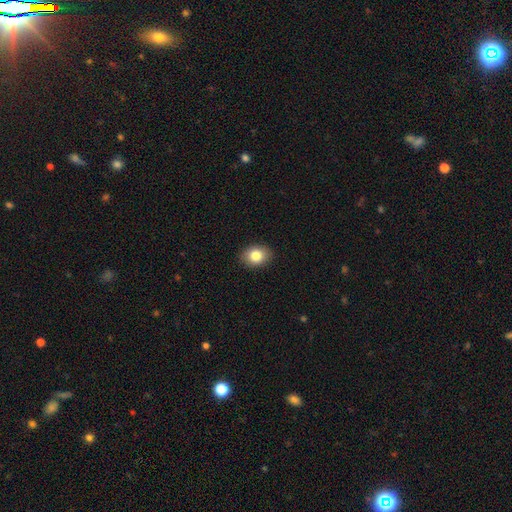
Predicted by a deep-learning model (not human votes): This is clearly a smooth galaxy (83%). How rounded: likely in between (62%). Merging: clearly none (89%).